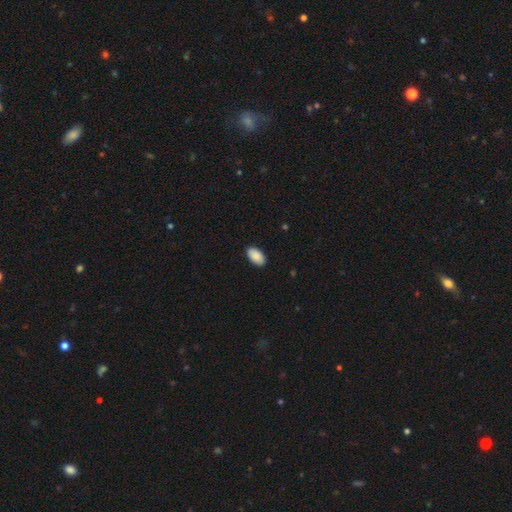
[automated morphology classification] Smooth or featured: smooth — 90% (star or artifact — 6%)
How rounded: in between — 95% (round — 3%)
Merging: none — 89% (minor disturbance — 8%)